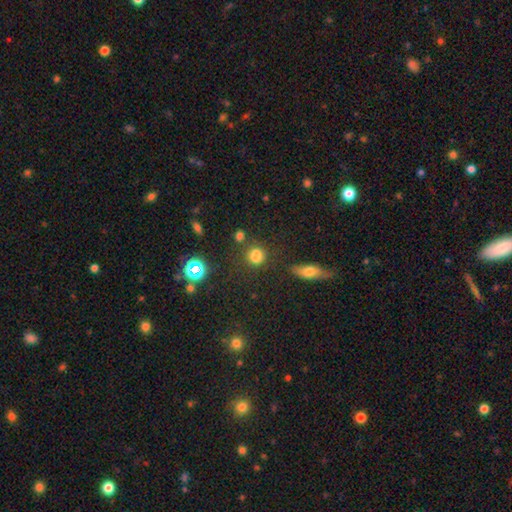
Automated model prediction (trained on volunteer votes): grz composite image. It shows a smooth galaxy with no disk features (72%) that is round (62%). Merging: none (65%).